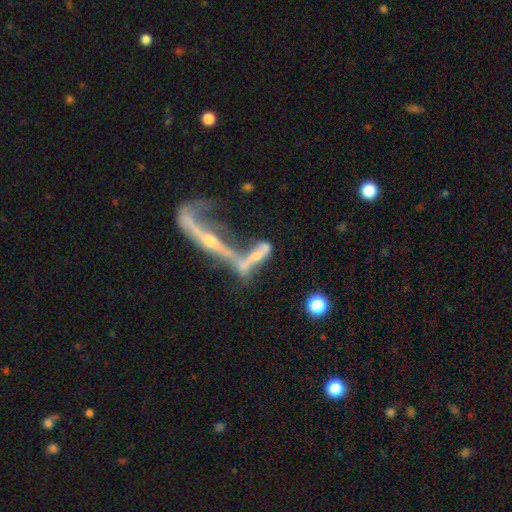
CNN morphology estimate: The model was most divided on "edge-on disk": yes: 63%, no: 37%. More confident: smooth or featured — featured or disk (66%); merging — merger (63%).